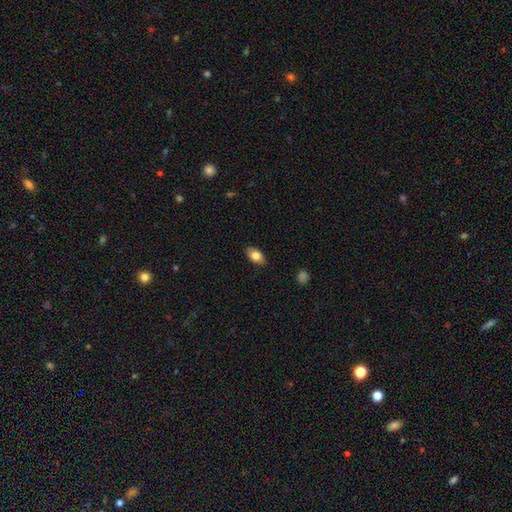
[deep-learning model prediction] smooth-or-featured: smooth: 81% | featured or disk: 12% | star or artifact: 8%
  how-rounded: in between: 90% | round: 7% | cigar-shaped: 4%
  merging: none: 85% | minor disturbance: 12% | major disturbance: 2% | merger: 1%